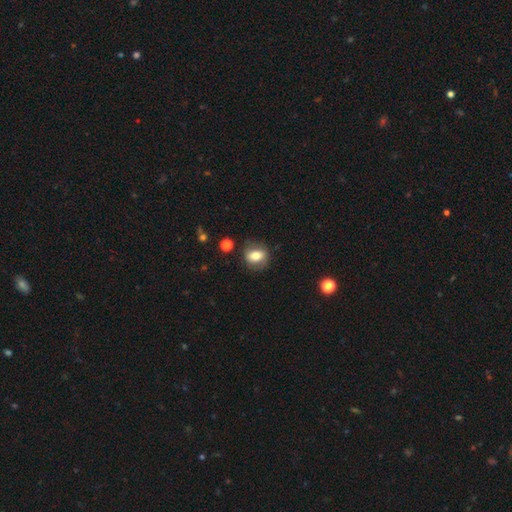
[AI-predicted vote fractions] Morphology: type=smooth (69%); roundness=in between (56%); merging=none (79%).